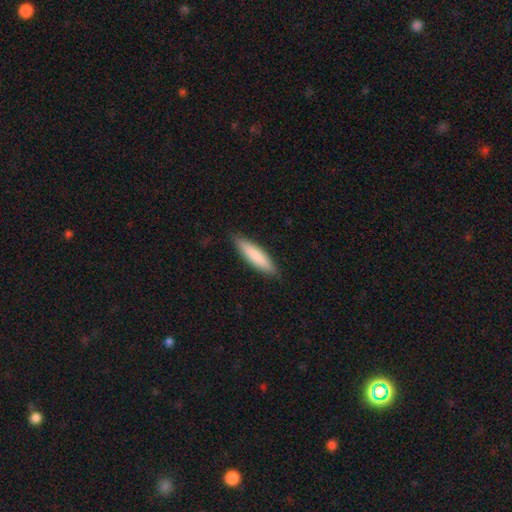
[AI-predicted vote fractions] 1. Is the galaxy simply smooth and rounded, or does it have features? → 83% smooth, 12% featured or disk, 5% star or artifact.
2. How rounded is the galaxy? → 77% cigar-shaped, 21% in between, 1% round.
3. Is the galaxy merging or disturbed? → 88% none, 10% minor disturbance, 2% major disturbance, 1% merger.